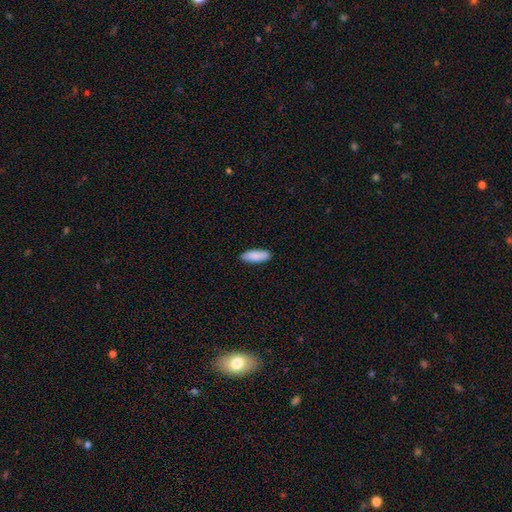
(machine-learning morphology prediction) smooth_or_featured: smooth (p=0.90) [alt: star or artifact p=0.05]
how_rounded: in between (p=0.68) [alt: cigar-shaped p=0.30]
merging: none (p=0.90) [alt: minor disturbance p=0.07]